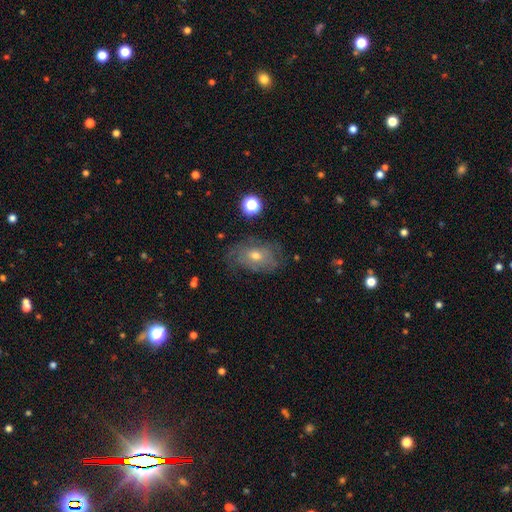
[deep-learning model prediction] The model was most divided on "bulge size": moderate: 56%, small: 40%, large: 3%, none: 1%, dominant: 1%. More confident: edge-on disk — no (94%); bar — no (77%); spiral arms — yes (68%); merging — none (64%); smooth or featured — featured or disk (58%).